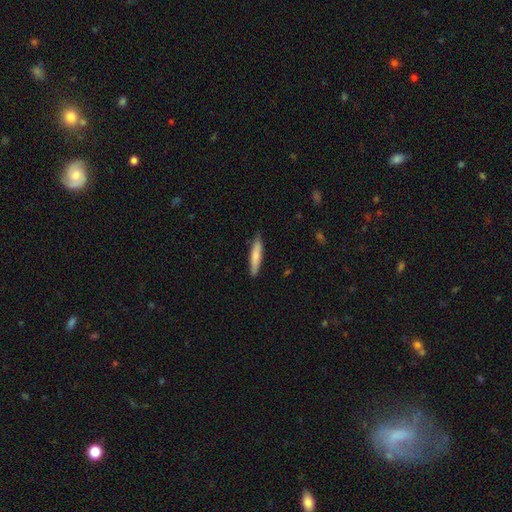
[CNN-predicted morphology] Overall: smooth (73%). How rounded: cigar-shaped (86%). Merging: none (85%).